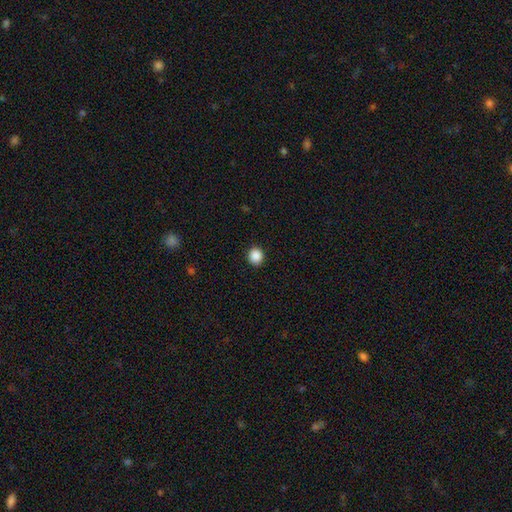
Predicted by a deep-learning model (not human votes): smooth 89%, star or artifact 9%, featured or disk 2%. Down the decision tree: how rounded — round (87%); merging — none (92%).